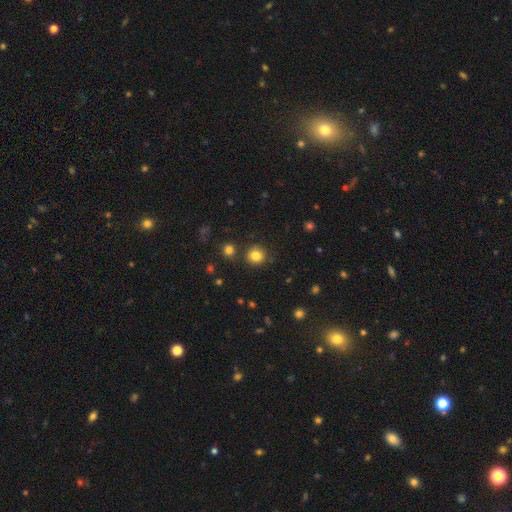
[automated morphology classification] Smooth or featured?
  - smooth: 83% *
  - star or artifact: 12%
  - featured or disk: 5%
How rounded?
  - round: 92% *
  - in between: 7%
  - cigar-shaped: 1%
Merging?
  - none: 86% *
  - minor disturbance: 7%
  - merger: 4%
  - major disturbance: 2%